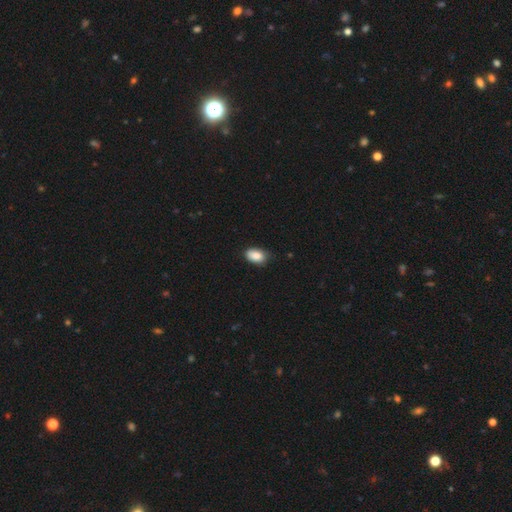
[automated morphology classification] smooth_or_featured: smooth (p=0.88) [alt: star or artifact p=0.07]
how_rounded: in between (p=0.88) [alt: round p=0.10]
merging: none (p=0.76) [alt: minor disturbance p=0.20]